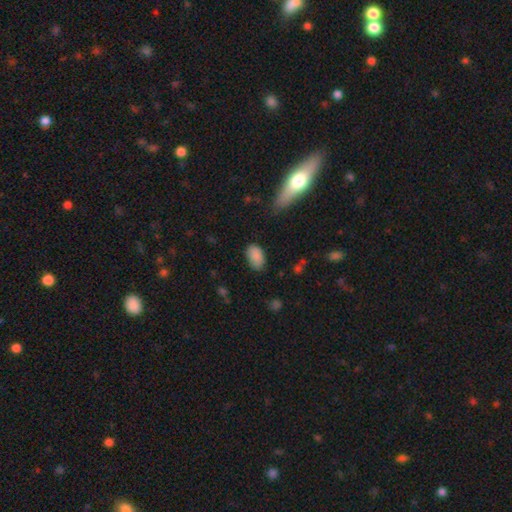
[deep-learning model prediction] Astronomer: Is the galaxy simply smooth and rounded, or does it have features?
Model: smooth — 87%.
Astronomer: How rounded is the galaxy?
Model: in between — 92%.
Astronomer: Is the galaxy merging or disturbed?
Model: none — 73%.